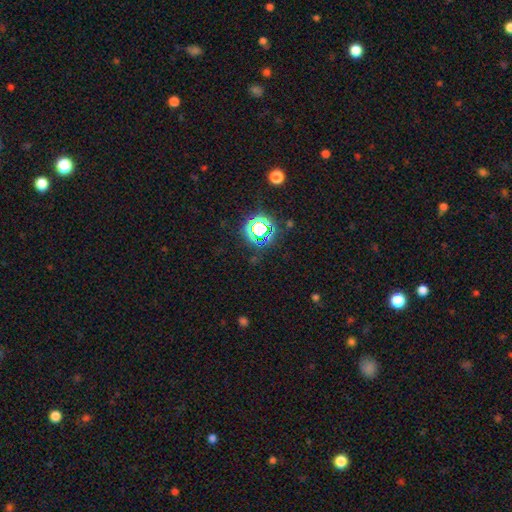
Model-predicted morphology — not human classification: smooth_or_featured: star or artifact (p=0.72) [alt: smooth p=0.20]